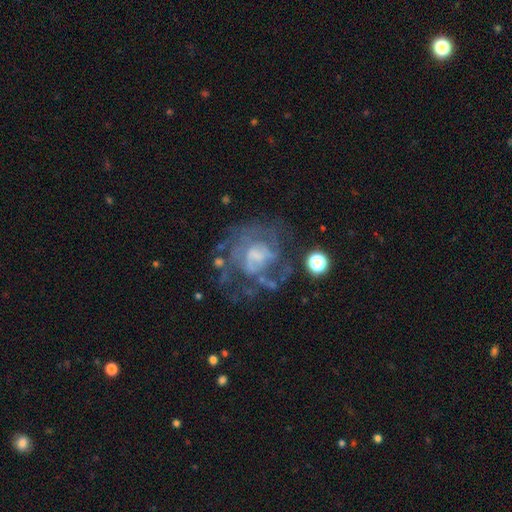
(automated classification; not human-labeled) Q: Smooth or featured?
A: featured or disk (71%); runner-up: smooth (17%)
Q: Edge-on disk?
A: no (98%); runner-up: yes (2%)
Q: Bar?
A: no (66%); runner-up: weak (28%)
Q: Spiral arms?
A: yes (58%); runner-up: no (42%)
Q: Bulge size?
A: none (32%); runner-up: moderate (30%)
Q: Merging?
A: none (44%); runner-up: major disturbance (32%)